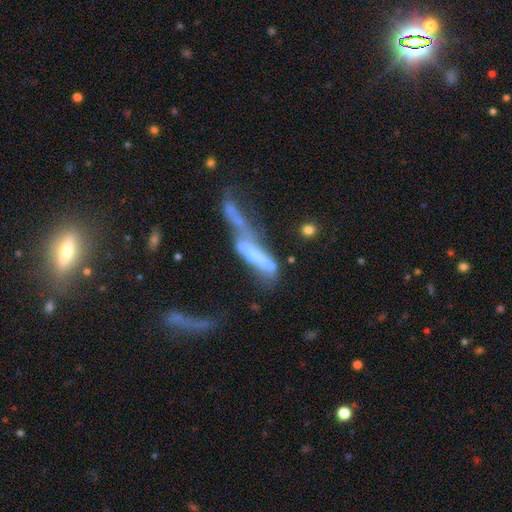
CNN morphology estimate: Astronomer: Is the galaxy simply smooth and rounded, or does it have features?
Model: featured or disk — 56% (runner-up: smooth, 32%).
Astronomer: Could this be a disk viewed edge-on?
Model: no — 68%.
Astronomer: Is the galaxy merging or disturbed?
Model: merger — 51% (runner-up: major disturbance, 28%).